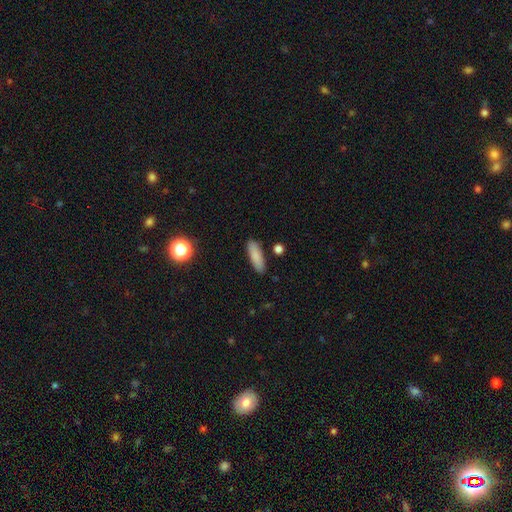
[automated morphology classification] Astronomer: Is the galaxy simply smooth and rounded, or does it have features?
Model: smooth — 85%.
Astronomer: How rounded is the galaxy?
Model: cigar-shaped — 53% (runner-up: in between, 45%).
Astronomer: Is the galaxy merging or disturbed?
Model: none — 87%.